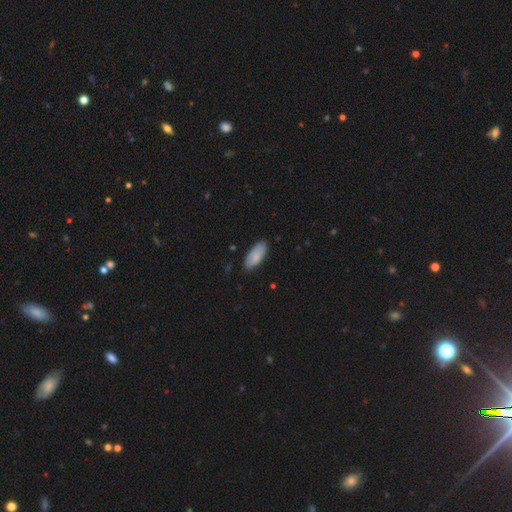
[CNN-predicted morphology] Q: Smooth or featured?
A: smooth (84%); runner-up: featured or disk (10%)
Q: How rounded?
A: in between (84%); runner-up: cigar-shaped (15%)
Q: Merging?
A: none (82%); runner-up: minor disturbance (15%)